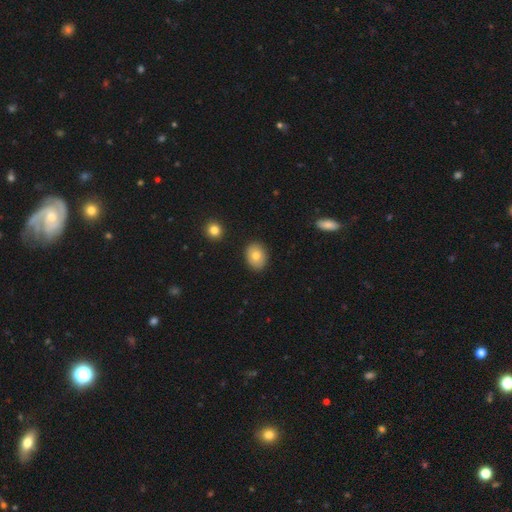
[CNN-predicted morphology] A smooth galaxy with no disk features (78%) that is in between round and cigar-shaped (59%).

Vote fractions:
- Smooth or featured? smooth: 78% / featured or disk: 14% / star or artifact: 8%
- How rounded? in between: 59% / round: 40% / cigar-shaped: 1%
- Merging? none: 88% / minor disturbance: 8% / major disturbance: 2% / merger: 2%